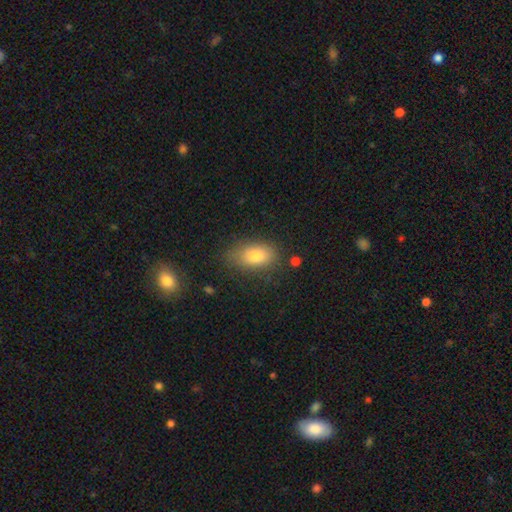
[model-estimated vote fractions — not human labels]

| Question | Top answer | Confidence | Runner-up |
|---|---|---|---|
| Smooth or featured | smooth | 80% | featured or disk (11%) |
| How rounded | in between | 88% | round (9%) |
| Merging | none | 73% | minor disturbance (19%) |